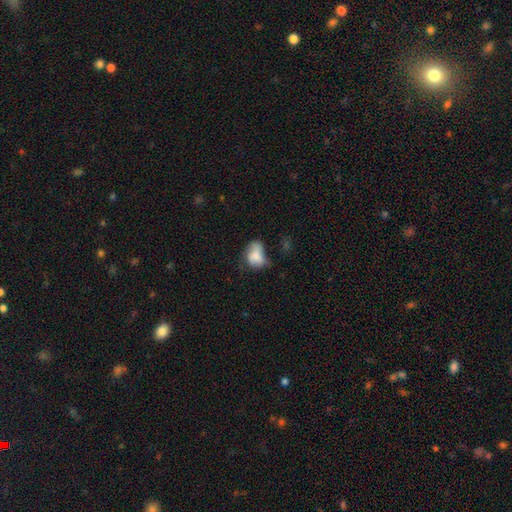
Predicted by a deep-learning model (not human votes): smooth-or-featured: smooth: 69% | featured or disk: 21% | star or artifact: 9%
  how-rounded: in between: 74% | round: 24% | cigar-shaped: 1%
  merging: minor disturbance: 33% | major disturbance: 29% | none: 28% | merger: 10%